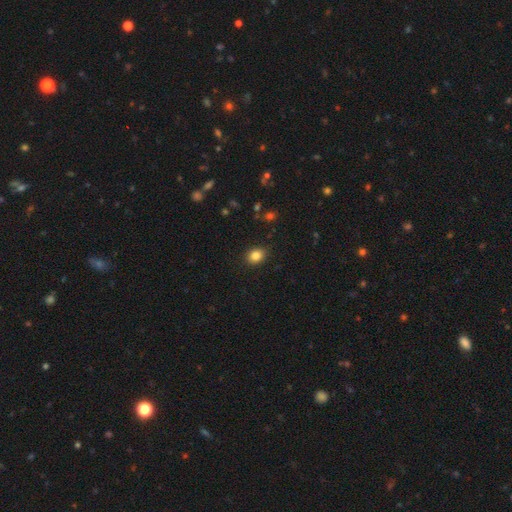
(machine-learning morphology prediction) smooth_or_featured: smooth (p=0.84) [alt: star or artifact p=0.11]
how_rounded: round (p=0.53) [alt: in between p=0.46]
merging: none (p=0.87) [alt: minor disturbance p=0.09]